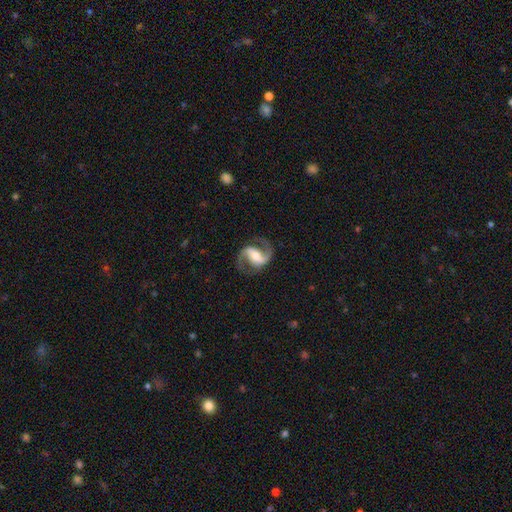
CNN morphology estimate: Smooth or featured?
  - featured or disk: 90% *
  - smooth: 6%
  - star or artifact: 5%
Edge-on disk?
  - no: 97% *
  - yes: 3%
Bar?
  - strong: 51% *
  - weak: 32%
  - no: 17%
Spiral arms?
  - yes: 97% *
  - no: 3%
Spiral winding?
  - medium: 55% *
  - loose: 32%
  - tight: 14%
Spiral arm count?
  - 2: 93% *
  - 1: 3%
  - can't tell: 2%
  - 3: 1%
  - 4: 1%
  - more than 4: 1%
Bulge size?
  - moderate: 57% *
  - small: 31%
  - large: 9%
  - none: 3%
  - dominant: 1%
Merging?
  - none: 81% *
  - minor disturbance: 11%
  - major disturbance: 7%
  - merger: 1%